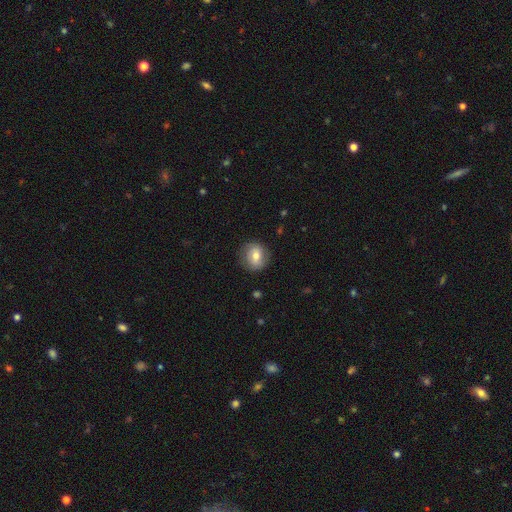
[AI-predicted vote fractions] A smooth galaxy with no disk features (62%) that is round (78%). Merging: none (82%).